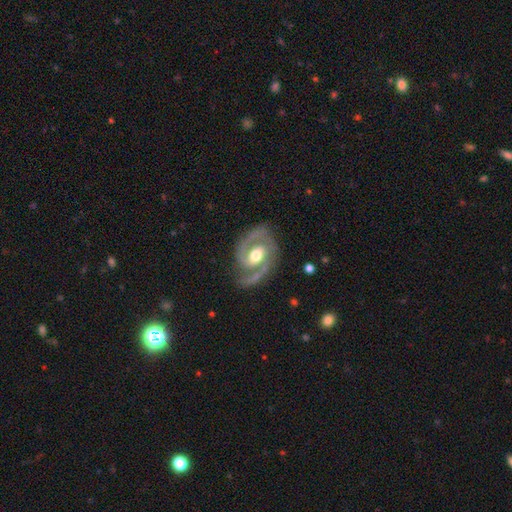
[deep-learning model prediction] smooth_or_featured: featured or disk (p=0.90) [alt: smooth p=0.06]
disk_edge_on: no (p=0.97) [alt: yes p=0.03]
bar: weak (p=0.42) [alt: no p=0.34]
has_spiral_arms: yes (p=0.97) [alt: no p=0.03]
spiral_winding: medium (p=0.53) [alt: tight p=0.38]
spiral_arm_count: 2 (p=0.91) [alt: 1 p=0.03]
bulge_size: moderate (p=0.72) [alt: large p=0.13]
merging: none (p=0.79) [alt: minor disturbance p=0.15]